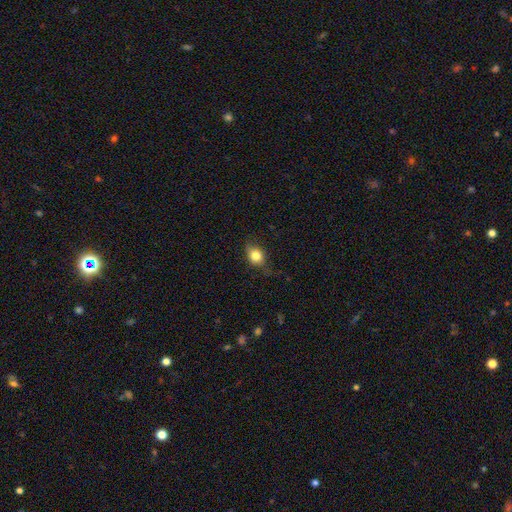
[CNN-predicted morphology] A smooth galaxy with no disk features (80%) that is in between round and cigar-shaped (52%). Merging: none (69%).